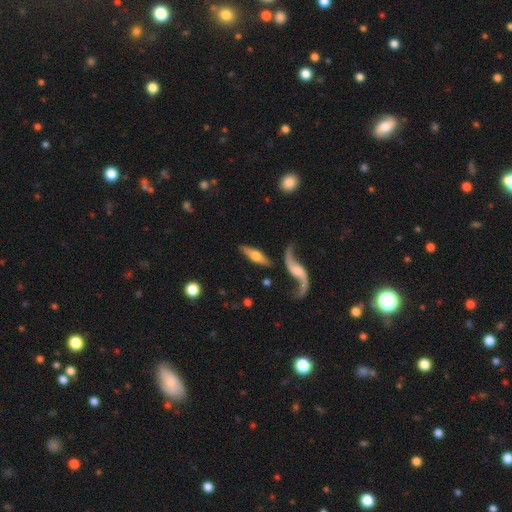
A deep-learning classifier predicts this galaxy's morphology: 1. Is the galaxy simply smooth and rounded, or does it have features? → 66% featured or disk, 28% smooth, 5% star or artifact.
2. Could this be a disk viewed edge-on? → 65% yes, 35% no.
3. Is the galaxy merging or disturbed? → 70% none, 16% minor disturbance, 7% merger, 7% major disturbance.